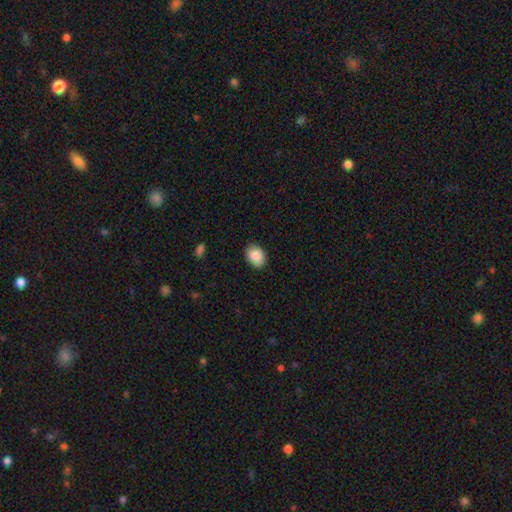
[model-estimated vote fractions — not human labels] smooth 89%, star or artifact 7%, featured or disk 4%. Down the decision tree: how rounded — in between (75%); merging — none (86%).